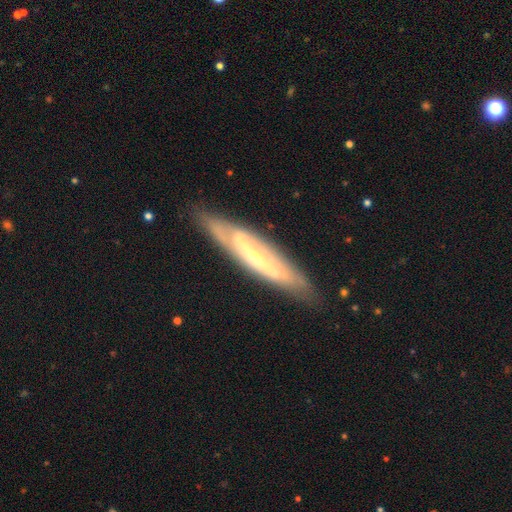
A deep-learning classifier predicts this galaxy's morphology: A featured or disk galaxy (69%) viewed edge-on (54%).

Vote fractions:
- Smooth or featured? featured or disk: 69% / smooth: 24% / star or artifact: 7%
- Edge-on disk? yes: 54% / no: 46%
- Merging? none: 76% / minor disturbance: 17% / major disturbance: 5% / merger: 2%